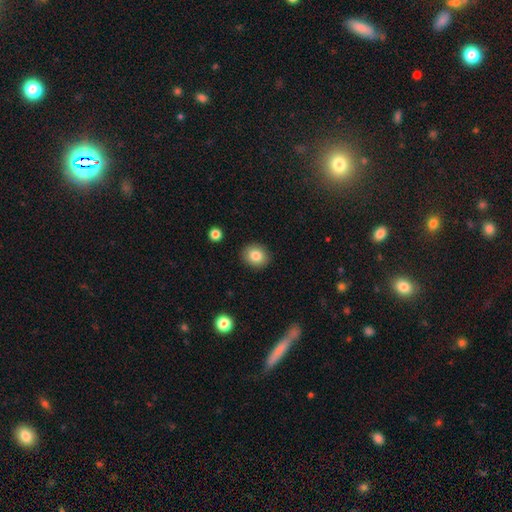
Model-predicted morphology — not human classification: Smooth or featured?
  - smooth: 83% *
  - star or artifact: 9%
  - featured or disk: 8%
How rounded?
  - round: 73% *
  - in between: 26%
  - cigar-shaped: 1%
Merging?
  - none: 90% *
  - minor disturbance: 7%
  - major disturbance: 2%
  - merger: 1%